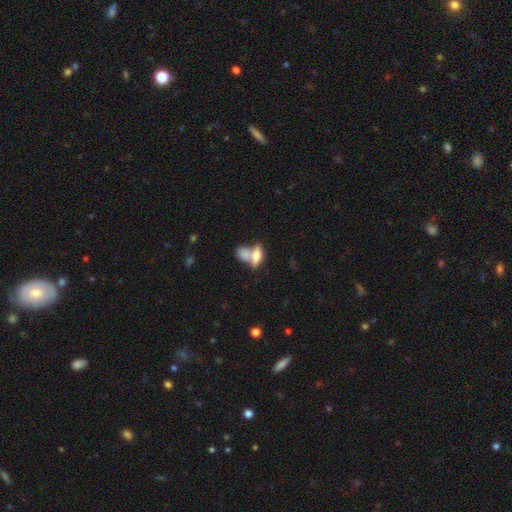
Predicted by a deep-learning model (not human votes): Smooth or featured?
  - smooth: 60% *
  - featured or disk: 31%
  - star or artifact: 9%
How rounded?
  - in between: 68% *
  - cigar-shaped: 24%
  - round: 8%
Merging?
  - merger: 50% *
  - none: 34%
  - minor disturbance: 10%
  - major disturbance: 6%